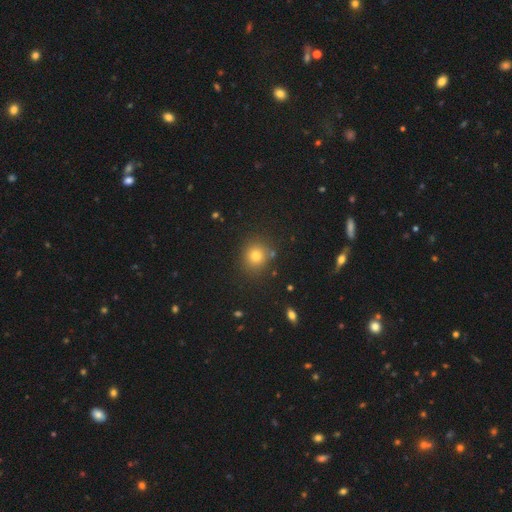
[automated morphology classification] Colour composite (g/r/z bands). It shows a smooth galaxy with no disk features (76%) that is round (85%). Merging: none (84%).